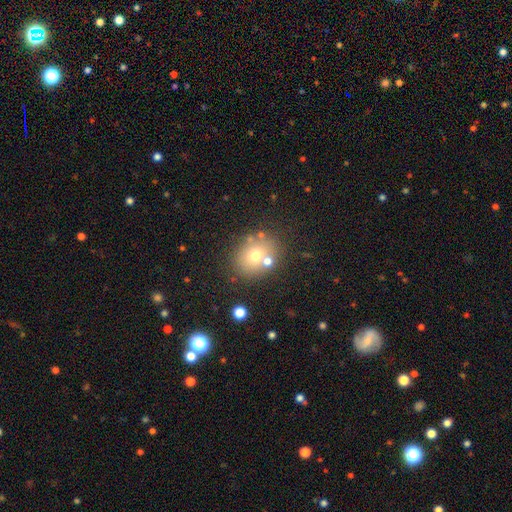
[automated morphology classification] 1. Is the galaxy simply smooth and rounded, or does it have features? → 67% smooth, 19% featured or disk, 15% star or artifact.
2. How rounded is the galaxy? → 65% round, 34% in between, 1% cigar-shaped.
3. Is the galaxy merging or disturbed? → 70% none, 15% merger, 11% minor disturbance, 4% major disturbance.